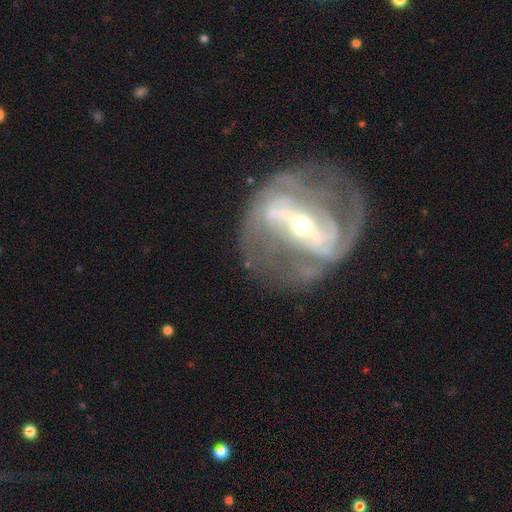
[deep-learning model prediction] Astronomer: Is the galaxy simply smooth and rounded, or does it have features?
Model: featured or disk — 87%.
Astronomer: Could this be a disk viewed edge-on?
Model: no — 93%.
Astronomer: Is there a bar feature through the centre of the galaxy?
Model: strong — 72%.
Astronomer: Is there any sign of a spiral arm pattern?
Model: yes — 86%.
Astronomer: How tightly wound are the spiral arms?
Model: tight — 41% (runner-up: medium, 39%).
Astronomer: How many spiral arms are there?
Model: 2 — 55%.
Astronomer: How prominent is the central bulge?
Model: small — 50% (runner-up: moderate, 43%).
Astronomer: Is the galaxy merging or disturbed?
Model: none — 64%.